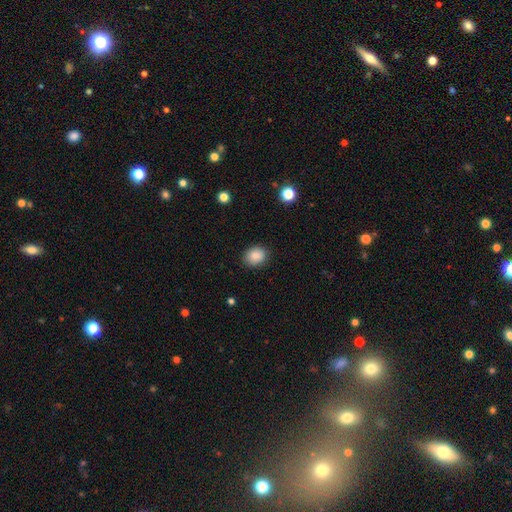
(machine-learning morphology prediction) smooth 88%, star or artifact 8%, featured or disk 4%. Down the decision tree: how rounded — round (54%); merging — none (86%).